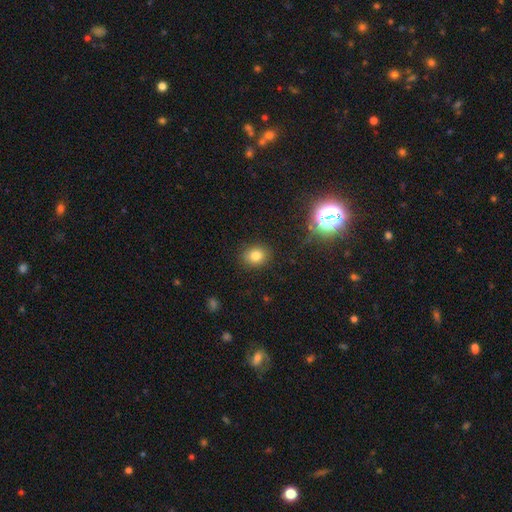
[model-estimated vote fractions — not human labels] This appears to be a smooth galaxy with no disk features (80%) that is round (58%). Merging: none (87%).